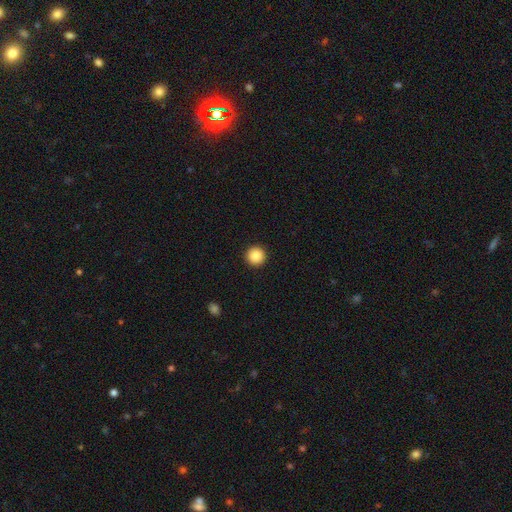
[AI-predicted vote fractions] Smooth or featured?
  - smooth: 87% *
  - star or artifact: 9%
  - featured or disk: 4%
How rounded?
  - round: 97% *
  - in between: 2%
  - cigar-shaped: 1%
Merging?
  - none: 94% *
  - minor disturbance: 4%
  - major disturbance: 1%
  - merger: 1%